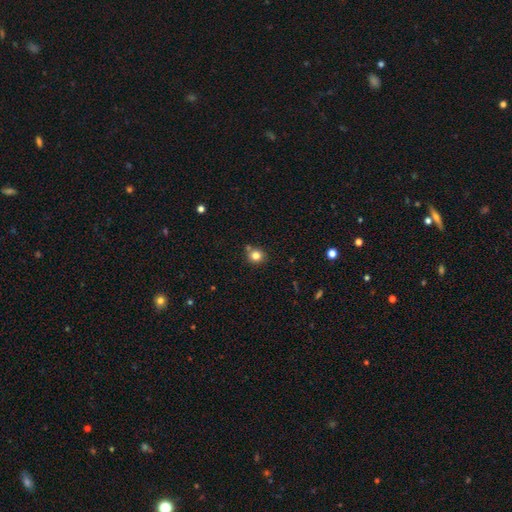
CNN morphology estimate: Smooth or featured? Predicted: smooth (p=0.81). How rounded? Predicted: round (p=0.85). Merging? Predicted: none (p=0.73).